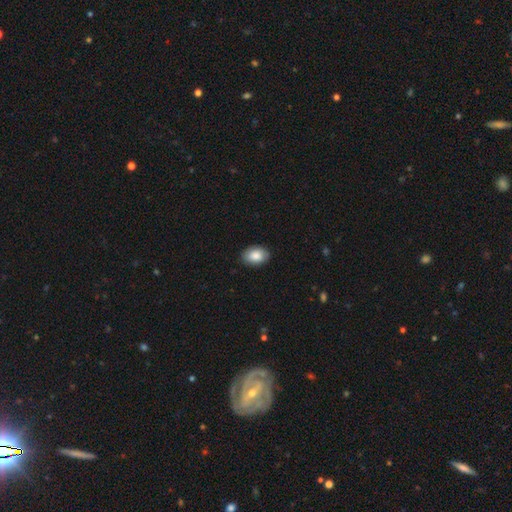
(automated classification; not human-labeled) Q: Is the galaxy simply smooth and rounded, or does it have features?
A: smooth — 86%.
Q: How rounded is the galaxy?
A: in between — 87%.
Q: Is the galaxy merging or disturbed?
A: none — 87%.